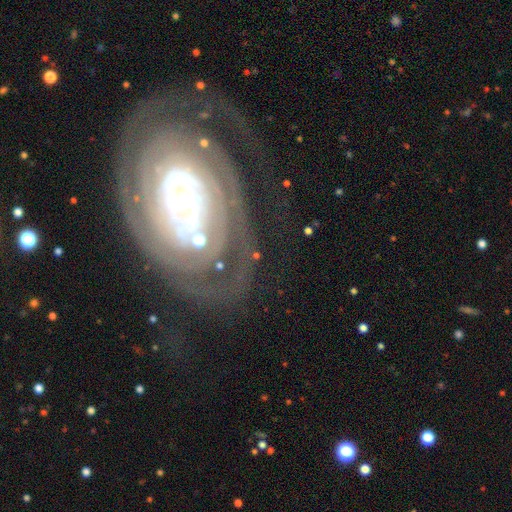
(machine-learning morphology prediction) Smooth or featured? featured or disk (74%)
Edge-on disk? no (94%)
Bar? no (49%)
Spiral arms? yes (83%)
Spiral winding? tight (65%)
Spiral arm count? can't tell (33%)
Bulge size? moderate (54%)
Merging? none (64%)